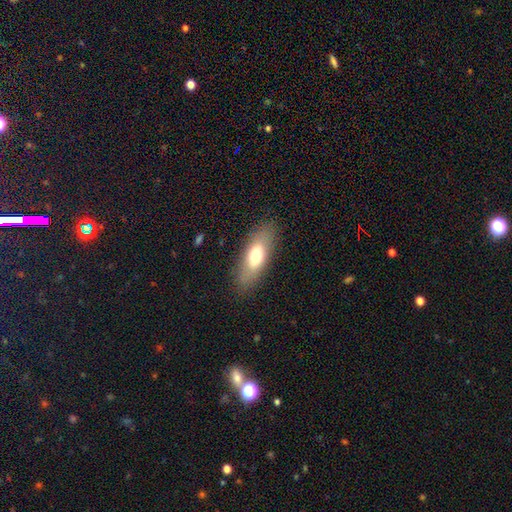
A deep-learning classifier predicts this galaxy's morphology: Overall: smooth (68%). How rounded: in between (70%). Merging: none (85%).